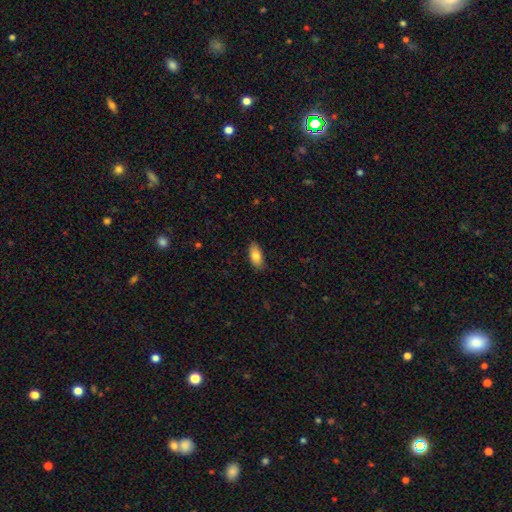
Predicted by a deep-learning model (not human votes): Morphology: type=smooth (81%); roundness=in between (87%); merging=none (82%).